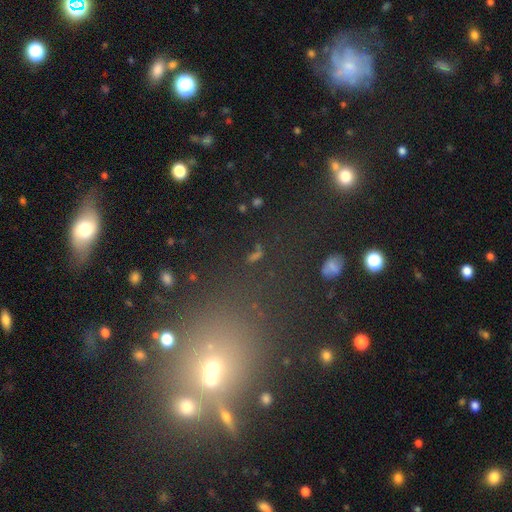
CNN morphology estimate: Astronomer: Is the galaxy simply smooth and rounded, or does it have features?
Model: smooth — 44% (runner-up: star or artifact, 41%).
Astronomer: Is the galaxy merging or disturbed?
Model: none — 70%.